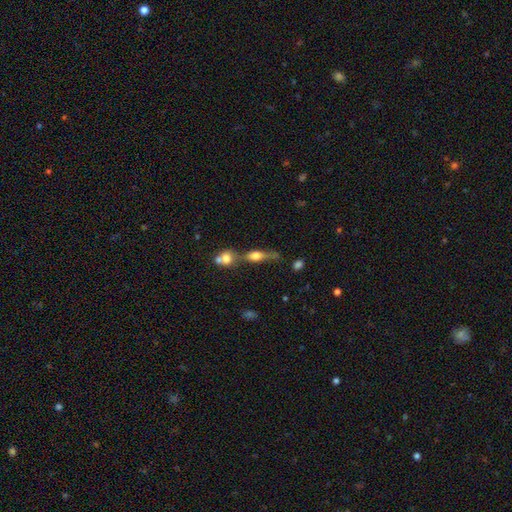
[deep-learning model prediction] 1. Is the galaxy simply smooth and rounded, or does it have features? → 54% smooth, 34% featured or disk, 11% star or artifact.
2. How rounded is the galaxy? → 49% in between, 38% cigar-shaped, 13% round.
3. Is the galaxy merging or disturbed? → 39% none, 37% merger, 15% minor disturbance, 10% major disturbance.